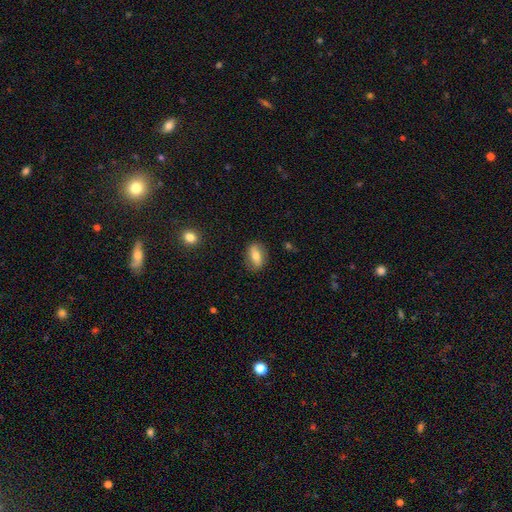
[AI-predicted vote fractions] Smooth or featured? Predicted: smooth (p=0.66). How rounded? Predicted: in between (p=0.76). Merging? Predicted: none (p=0.84).